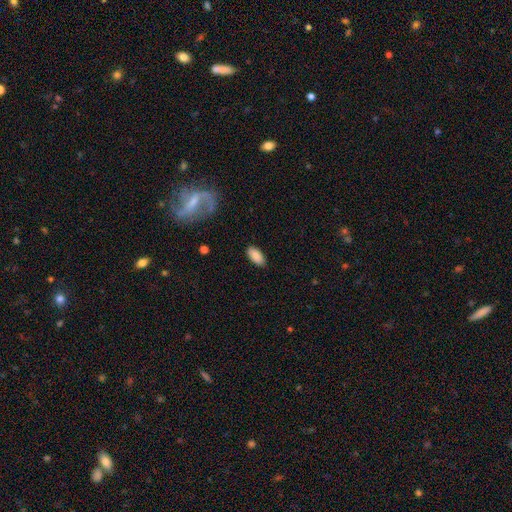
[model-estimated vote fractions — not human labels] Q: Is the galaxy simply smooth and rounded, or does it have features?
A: smooth — 87%.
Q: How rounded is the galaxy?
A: in between — 92%.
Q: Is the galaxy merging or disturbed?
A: none — 86%.